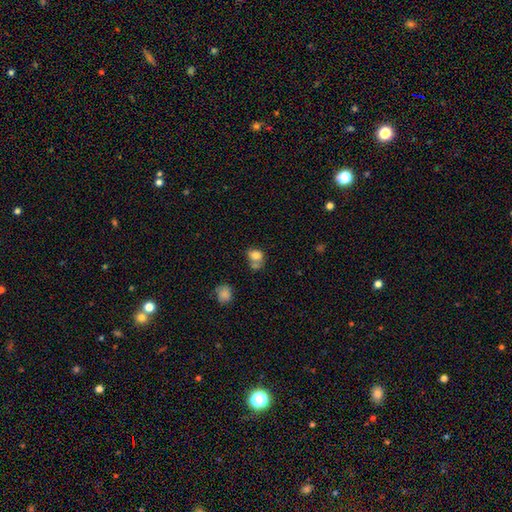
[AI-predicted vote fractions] smooth_or_featured: smooth (p=0.77) [alt: featured or disk p=0.12]
how_rounded: in between (p=0.57) [alt: round p=0.42]
merging: none (p=0.36) [alt: merger p=0.32]